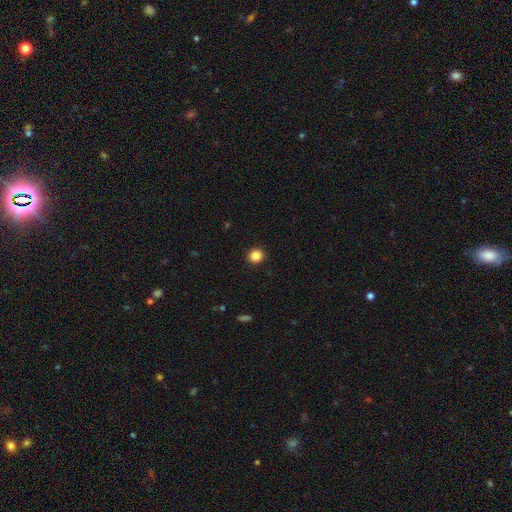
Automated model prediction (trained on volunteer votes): The model was most divided on "smooth or featured": smooth: 86%, star or artifact: 11%, featured or disk: 3%. More confident: merging — none (93%); how rounded — round (92%).